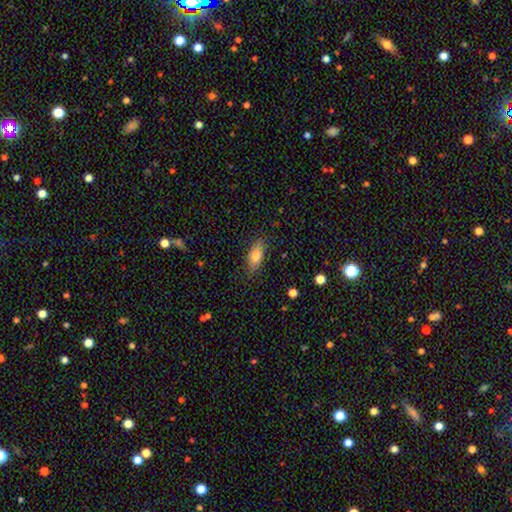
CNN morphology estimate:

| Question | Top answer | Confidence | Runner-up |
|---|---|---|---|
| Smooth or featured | smooth | 75% | featured or disk (17%) |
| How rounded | in between | 80% | cigar-shaped (16%) |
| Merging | none | 82% | minor disturbance (14%) |